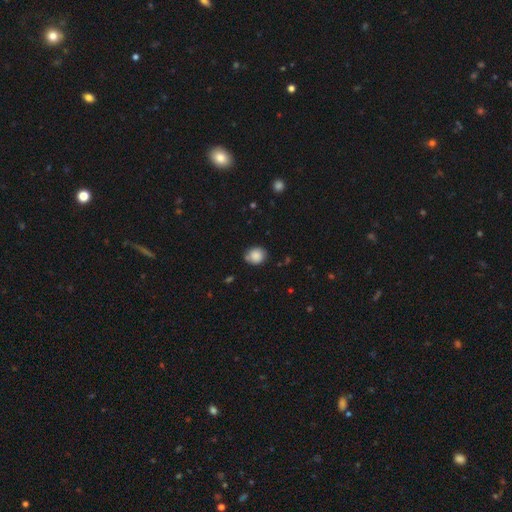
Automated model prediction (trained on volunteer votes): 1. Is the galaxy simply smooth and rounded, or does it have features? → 86% smooth, 9% star or artifact, 6% featured or disk.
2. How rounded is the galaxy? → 73% round, 26% in between, 1% cigar-shaped.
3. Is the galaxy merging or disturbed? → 75% none, 18% minor disturbance, 3% merger, 3% major disturbance.